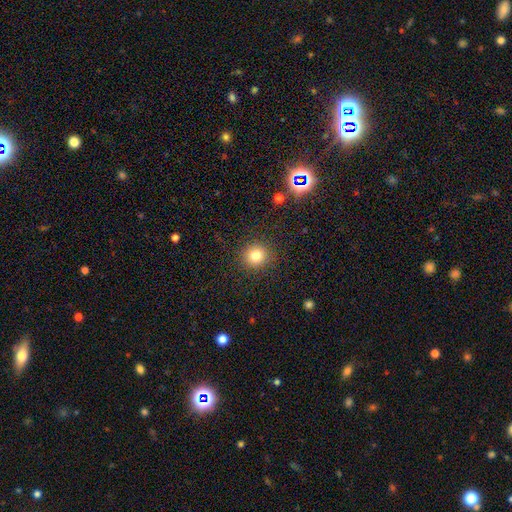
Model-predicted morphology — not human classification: Smooth or featured: smooth — 80% (star or artifact — 13%)
How rounded: round — 90% (in between — 9%)
Merging: none — 90% (minor disturbance — 7%)